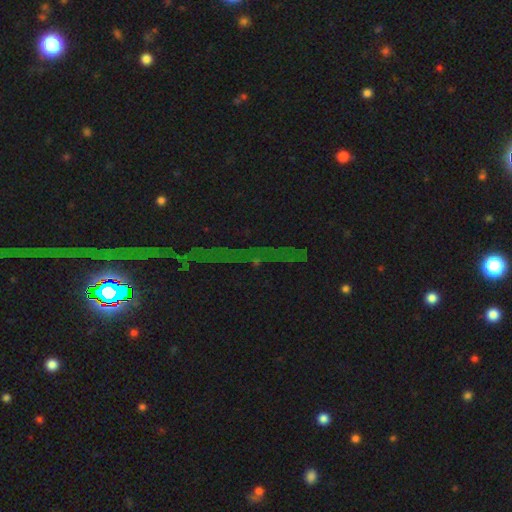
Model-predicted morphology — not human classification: Smooth or featured? star or artifact (82%)